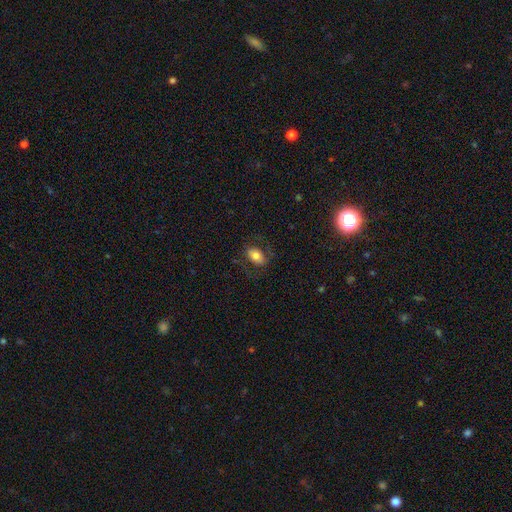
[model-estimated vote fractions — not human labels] The model was most divided on "smooth or featured": smooth: 71%, featured or disk: 21%, star or artifact: 8%. More confident: how rounded — in between (88%); merging — none (75%).